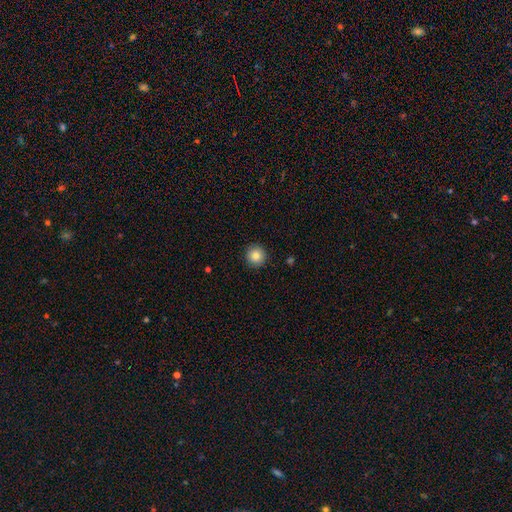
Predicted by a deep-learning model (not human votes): Smooth or featured? Predicted: smooth (p=0.85). How rounded? Predicted: round (p=0.95). Merging? Predicted: none (p=0.92).